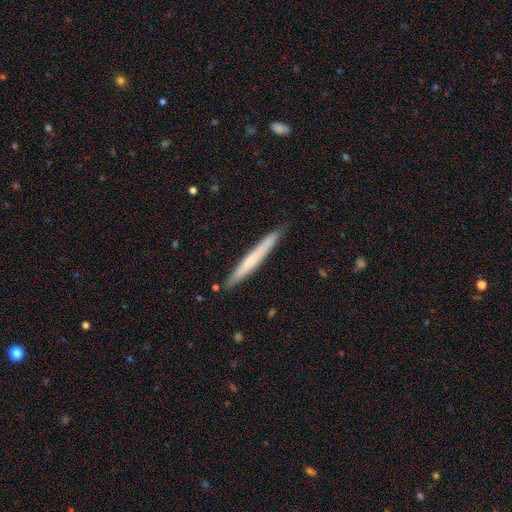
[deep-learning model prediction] A smooth galaxy with no disk features (55%) that is cigar-shaped (97%).

Vote fractions:
- Smooth or featured? smooth: 55% / featured or disk: 39% / star or artifact: 6%
- How rounded? cigar-shaped: 97% / in between: 2% / round: 1%
- Merging? none: 89% / minor disturbance: 8% / major disturbance: 1% / merger: 1%